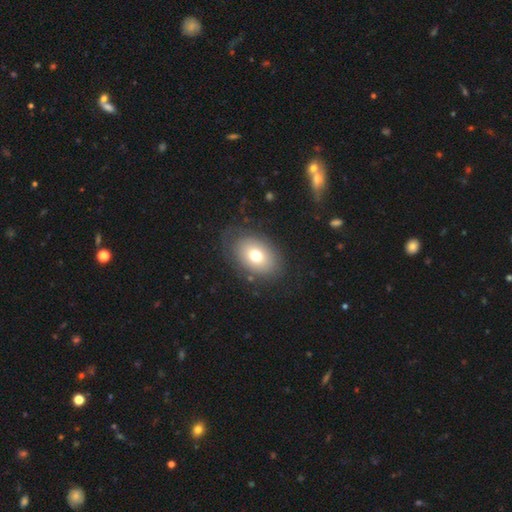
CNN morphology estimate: smooth-or-featured: smooth: 69% | featured or disk: 21% | star or artifact: 9%
  how-rounded: in between: 79% | round: 20% | cigar-shaped: 1%
  merging: none: 76% | minor disturbance: 15% | major disturbance: 7% | merger: 2%